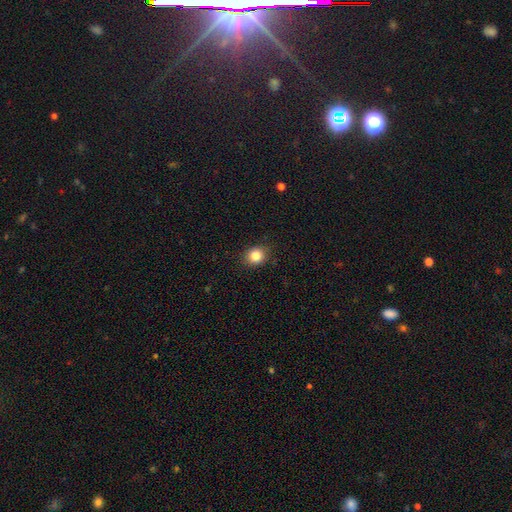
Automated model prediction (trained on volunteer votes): Overall: smooth (84%). How rounded: round (71%). Merging: none (89%).